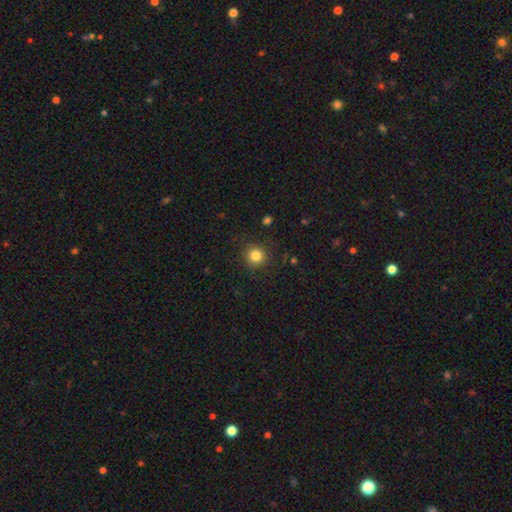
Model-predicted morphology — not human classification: smooth_or_featured: smooth (p=0.83) [alt: star or artifact p=0.12]
how_rounded: round (p=0.94) [alt: in between p=0.05]
merging: none (p=0.88) [alt: minor disturbance p=0.08]